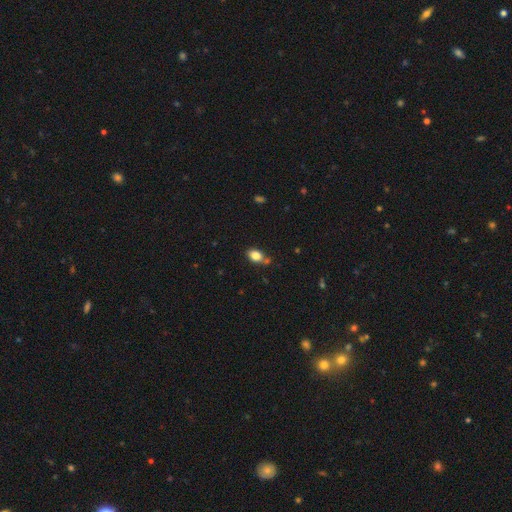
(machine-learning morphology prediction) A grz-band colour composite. It shows a smooth galaxy with no disk features (83%) that is in between round and cigar-shaped (73%). Merging: none (70%).